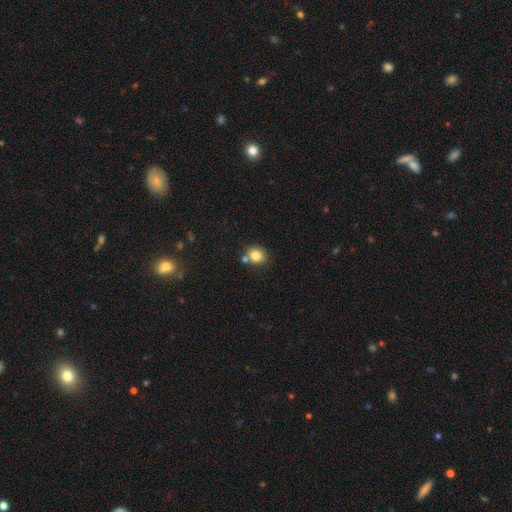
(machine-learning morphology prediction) smooth-or-featured: smooth: 81% | star or artifact: 11% | featured or disk: 8%
  how-rounded: round: 67% | in between: 32% | cigar-shaped: 1%
  merging: none: 68% | merger: 17% | minor disturbance: 12% | major disturbance: 3%